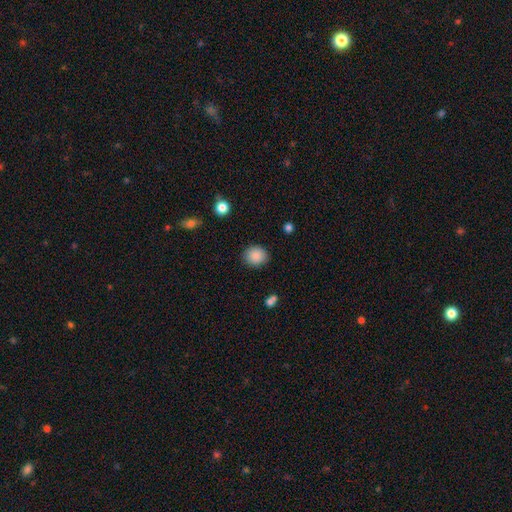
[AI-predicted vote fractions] Smooth or featured? Predicted: smooth (p=0.88). How rounded? Predicted: round (p=0.79). Merging? Predicted: none (p=0.88).